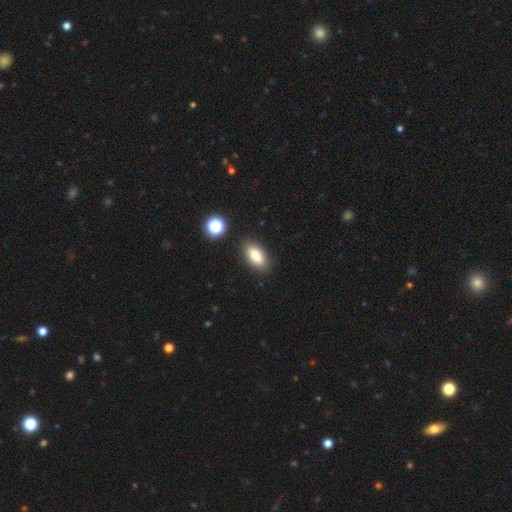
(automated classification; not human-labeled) Smooth or featured? Predicted: smooth (p=0.84). How rounded? Predicted: in between (p=0.91). Merging? Predicted: none (p=0.87).